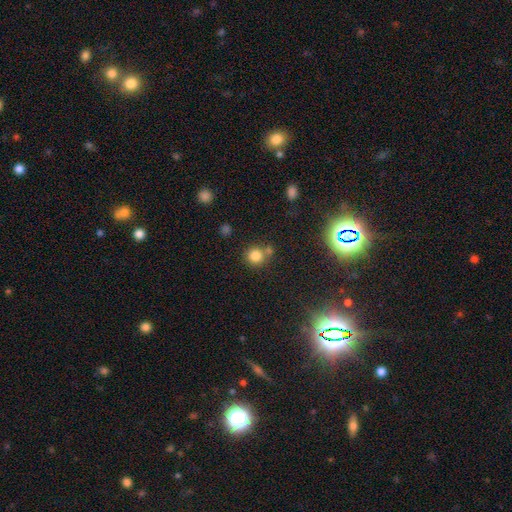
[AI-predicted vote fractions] Smooth or featured: smooth — 81% (star or artifact — 13%)
How rounded: round — 89% (in between — 10%)
Merging: none — 63% (merger — 23%)